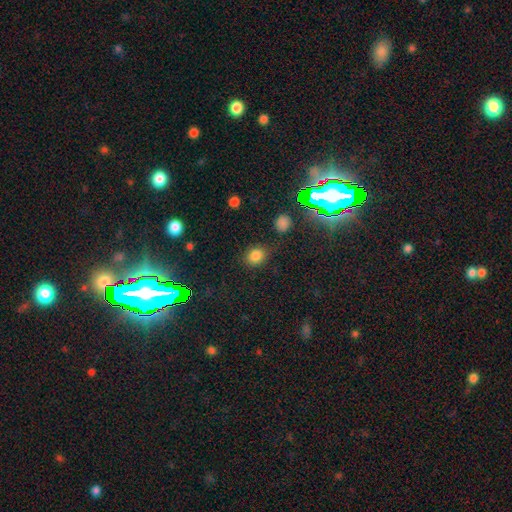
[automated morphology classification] smooth_or_featured: smooth (p=0.79) [alt: star or artifact p=0.15]
how_rounded: round (p=0.60) [alt: in between p=0.38]
merging: none (p=0.77) [alt: minor disturbance p=0.14]